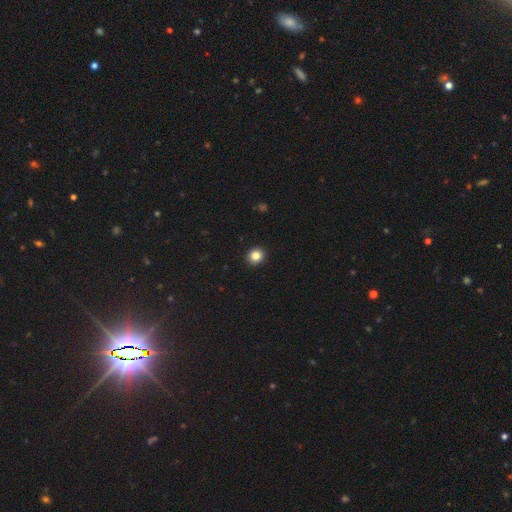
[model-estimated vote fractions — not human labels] A smooth galaxy with no disk features (84%) that is round (83%). Merging: none (93%).